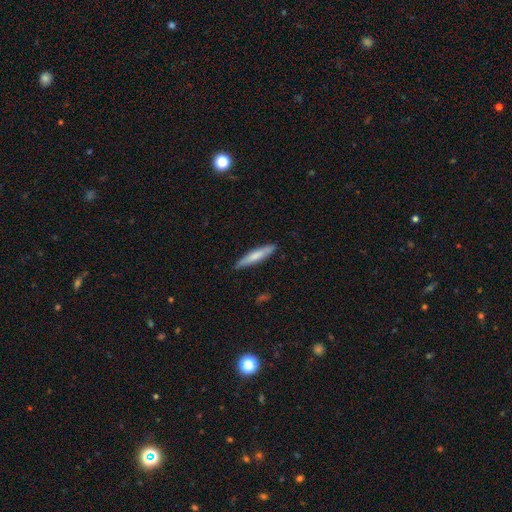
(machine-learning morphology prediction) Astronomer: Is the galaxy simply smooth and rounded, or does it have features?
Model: smooth — 69%.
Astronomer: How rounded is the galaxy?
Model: cigar-shaped — 89%.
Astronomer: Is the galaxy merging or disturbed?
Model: none — 86%.